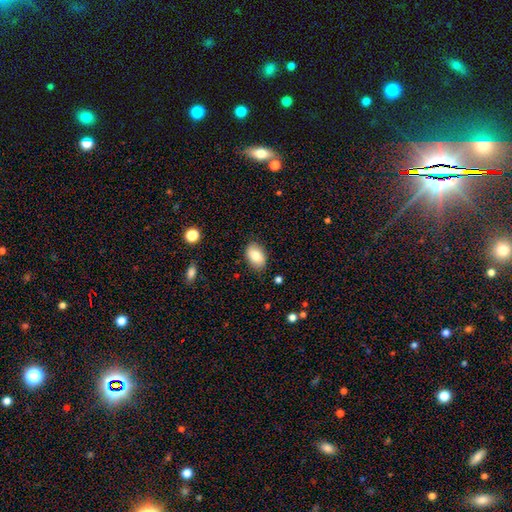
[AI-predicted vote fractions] Smooth or featured? smooth (82%)
How rounded? in between (90%)
Merging? none (84%)